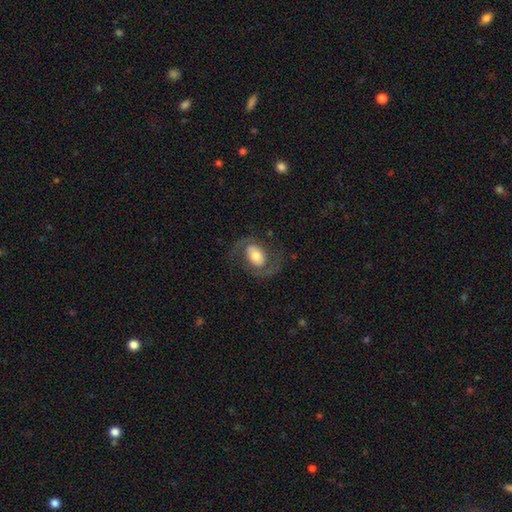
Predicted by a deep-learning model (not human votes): A featured or disk galaxy (64%) with no bar (57%), 2 (88%) medium (50%) spiral arms (82%) and a moderate central bulge (55%).

Vote fractions:
- Smooth or featured? featured or disk: 64% / smooth: 29% / star or artifact: 7%
- Edge-on disk? no: 96% / yes: 4%
- Bar? no: 57% / weak: 29% / strong: 14%
- Spiral arms? yes: 82% / no: 18%
- Spiral winding? medium: 50% / loose: 30% / tight: 20%
- Spiral arm count? 2: 88% / can't tell: 5% / 1: 4% / 3: 1% / 4: 1% / more than 4: 1%
- Bulge size? moderate: 55% / large: 26% / small: 14% / dominant: 4% / none: 2%
- Merging? none: 68% / major disturbance: 16% / minor disturbance: 15% / merger: 2%